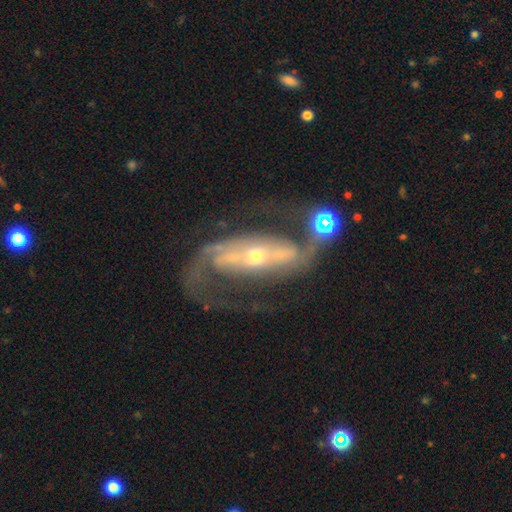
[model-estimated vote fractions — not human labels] smooth-or-featured: featured or disk: 88% | smooth: 7% | star or artifact: 5%
  disk-edge-on: no: 92% | yes: 8%
    bar: strong: 56% | weak: 24% | no: 20%
    has-spiral-arms: yes: 94% | no: 6%
      spiral-winding: medium: 48% | loose: 33% | tight: 20%
      spiral-arm-count: 2: 88% | can't tell: 4% | 1: 3% | 3: 2% | 4: 1% | more than 4: 1%
    bulge-size: moderate: 52% | small: 42% | large: 4% | none: 1% | dominant: 1%
  merging: none: 46% | merger: 21% | major disturbance: 18% | minor disturbance: 15%